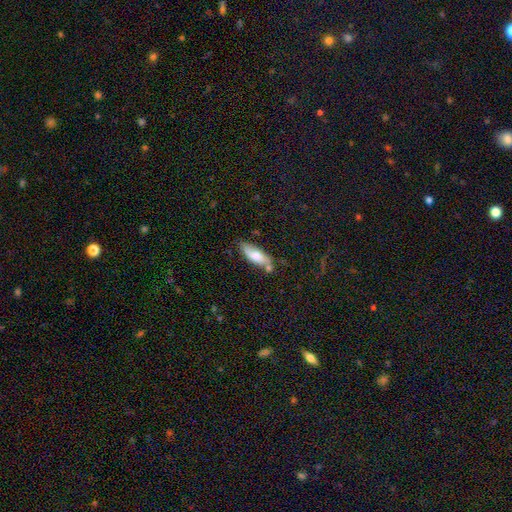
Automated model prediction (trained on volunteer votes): Smooth or featured? smooth (66%)
How rounded? in between (65%)
Merging? none (59%)